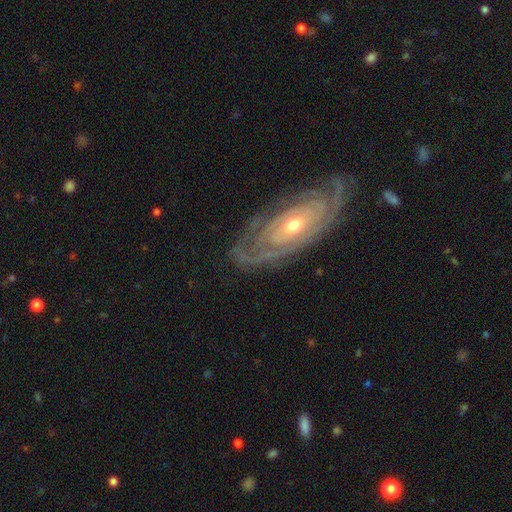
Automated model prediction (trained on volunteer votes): Smooth or featured? featured or disk (86%)
Edge-on disk? no (90%)
Bar? no (74%)
Spiral arms? yes (89%)
Spiral winding? tight (79%)
Spiral arm count? can't tell (45%)
Bulge size? moderate (49%)
Merging? none (77%)